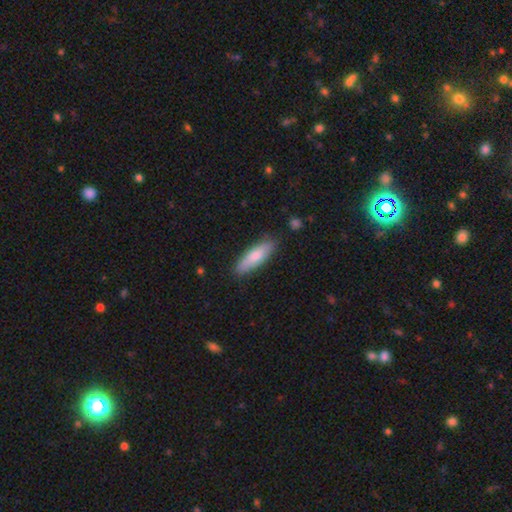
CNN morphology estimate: smooth-or-featured: smooth: 78% | featured or disk: 16% | star or artifact: 5%
  how-rounded: cigar-shaped: 55% | in between: 43% | round: 2%
  merging: none: 84% | minor disturbance: 12% | major disturbance: 2% | merger: 2%